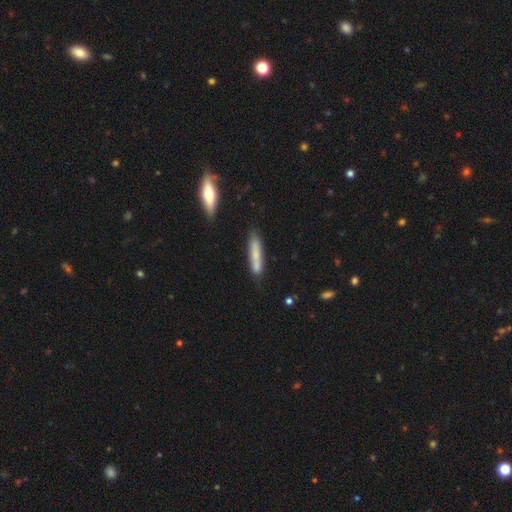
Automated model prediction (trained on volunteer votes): smooth_or_featured: smooth (p=0.70) [alt: featured or disk p=0.24]
how_rounded: cigar-shaped (p=0.89) [alt: in between p=0.10]
merging: none (p=0.76) [alt: minor disturbance p=0.16]